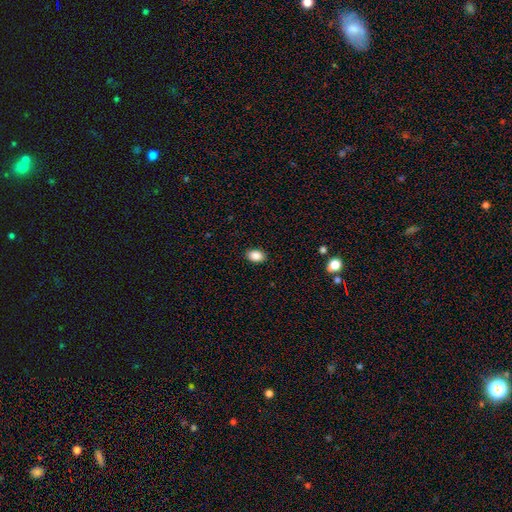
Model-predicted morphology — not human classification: The model was most divided on "how rounded": in between: 84%, round: 15%, cigar-shaped: 1%. More confident: merging — none (90%); smooth or featured — smooth (88%).